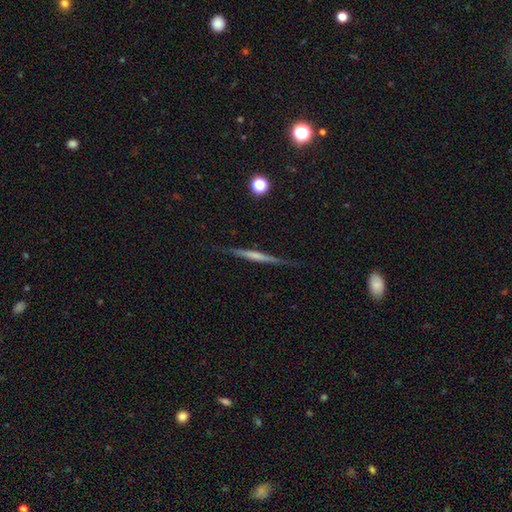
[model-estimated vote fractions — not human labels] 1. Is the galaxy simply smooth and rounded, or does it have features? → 62% featured or disk, 31% smooth, 7% star or artifact.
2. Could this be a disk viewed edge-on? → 97% yes, 3% no.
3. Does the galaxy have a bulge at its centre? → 63% none, 22% rounded, 14% boxy.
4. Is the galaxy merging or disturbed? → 86% none, 10% minor disturbance, 3% major disturbance, 1% merger.